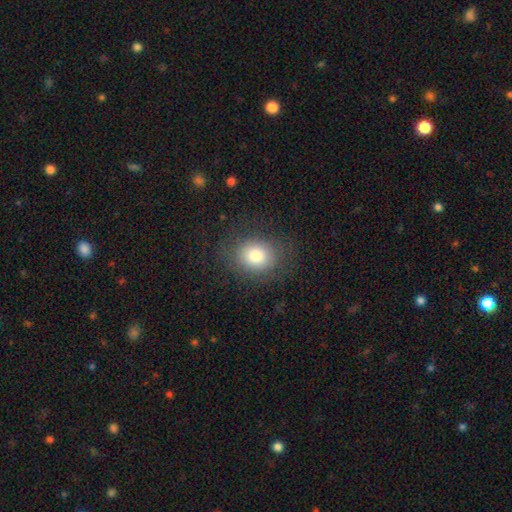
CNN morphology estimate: Smooth or featured: smooth — 79% (featured or disk — 10%)
How rounded: round — 62% (in between — 37%)
Merging: none — 80% (minor disturbance — 12%)